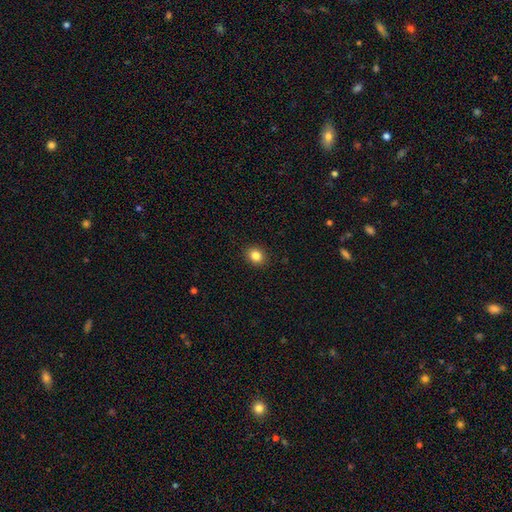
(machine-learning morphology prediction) type=smooth (85%); roundness=round (64%); merging=none (91%).